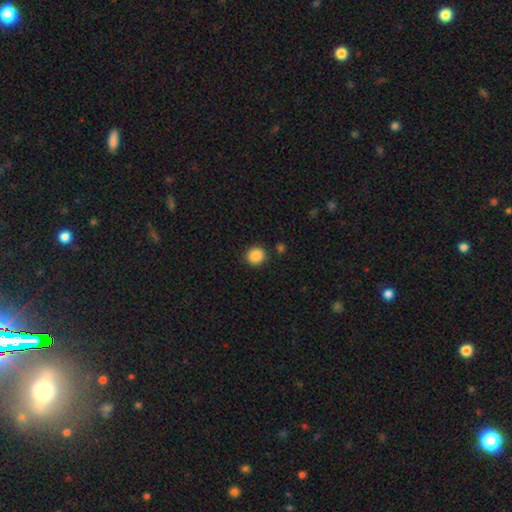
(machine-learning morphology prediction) A smooth galaxy with no disk features (88%) that is round (90%). Merging: none (89%).